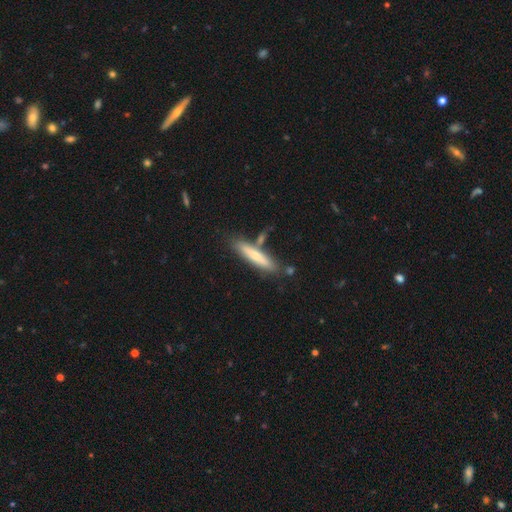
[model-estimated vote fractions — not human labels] smooth-or-featured: smooth: 63% | featured or disk: 31% | star or artifact: 6%
  how-rounded: cigar-shaped: 87% | in between: 12% | round: 1%
  merging: none: 73% | minor disturbance: 14% | merger: 10% | major disturbance: 3%